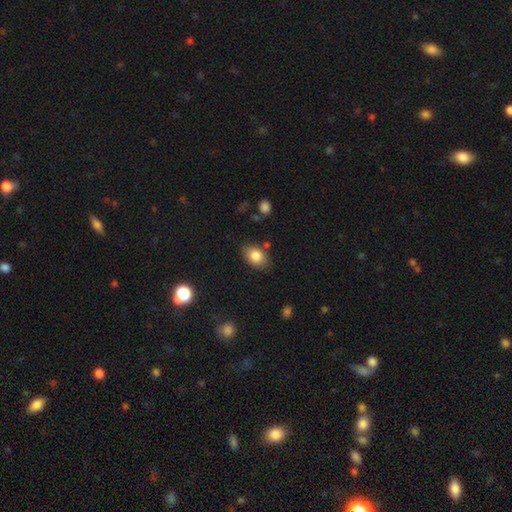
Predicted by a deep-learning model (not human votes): Smooth or featured?
  - smooth: 83% *
  - featured or disk: 9%
  - star or artifact: 8%
How rounded?
  - in between: 80% *
  - round: 18%
  - cigar-shaped: 1%
Merging?
  - none: 79% *
  - minor disturbance: 14%
  - merger: 3%
  - major disturbance: 3%